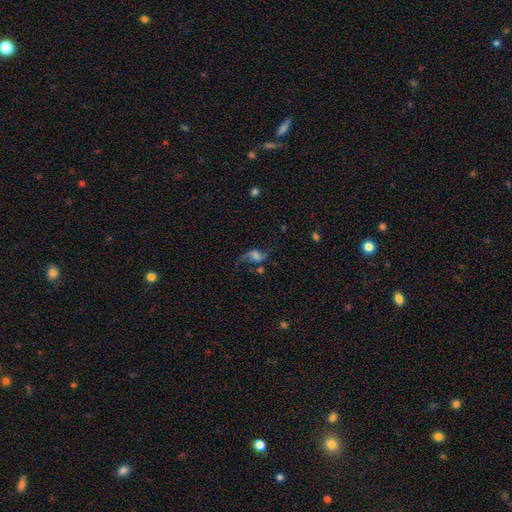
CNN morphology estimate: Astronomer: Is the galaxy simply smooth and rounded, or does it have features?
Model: featured or disk — 58%.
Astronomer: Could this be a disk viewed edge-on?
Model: no — 95%.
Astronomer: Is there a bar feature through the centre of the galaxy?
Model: weak — 43% (runner-up: no, 42%).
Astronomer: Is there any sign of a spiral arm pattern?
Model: yes — 84%.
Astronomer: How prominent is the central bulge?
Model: small — 30% (runner-up: none, 29%).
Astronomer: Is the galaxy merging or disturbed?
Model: none — 45% (runner-up: major disturbance, 26%).